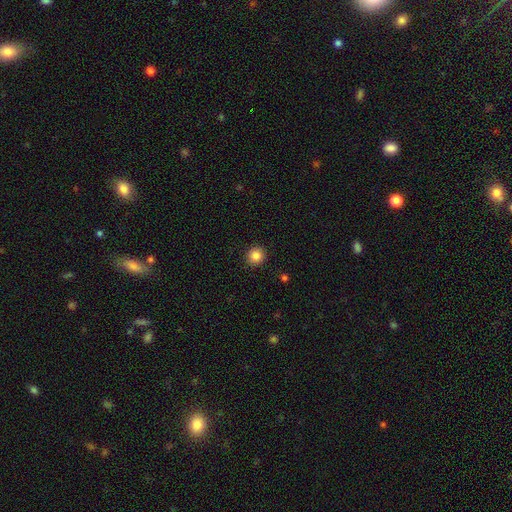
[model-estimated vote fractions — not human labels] smooth_or_featured: smooth (p=0.86) [alt: star or artifact p=0.10]
how_rounded: round (p=0.91) [alt: in between p=0.08]
merging: none (p=0.92) [alt: minor disturbance p=0.05]